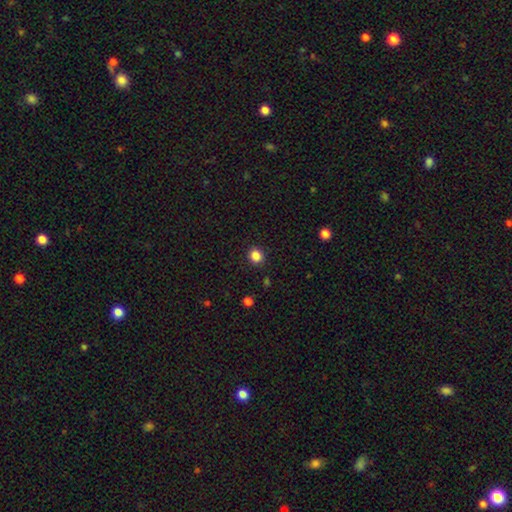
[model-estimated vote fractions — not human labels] Smooth or featured: smooth — 85% (star or artifact — 11%)
How rounded: round — 78% (in between — 21%)
Merging: none — 90% (minor disturbance — 7%)